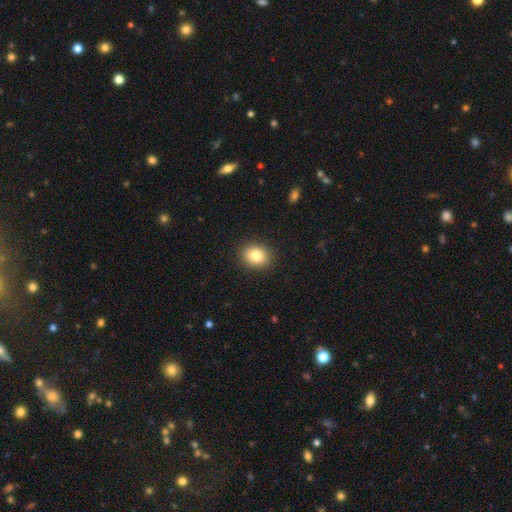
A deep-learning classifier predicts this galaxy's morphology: Overall: smooth (82%). How rounded: round (58%; in between 41%). Merging: none (90%).